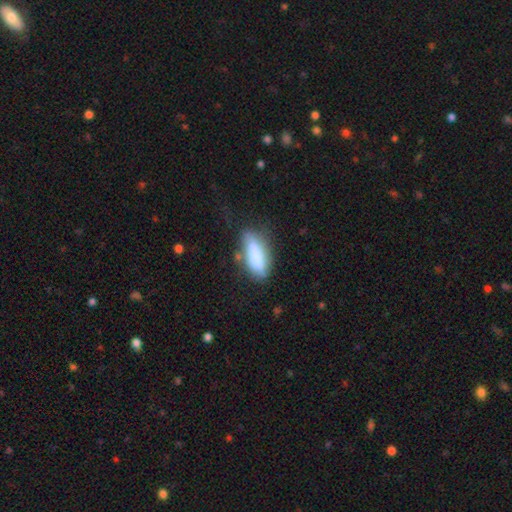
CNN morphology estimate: type=smooth (76%); roundness=in between (61%); merging=none (57%).